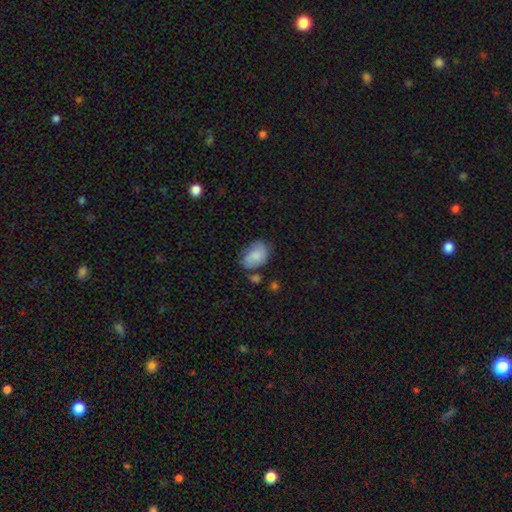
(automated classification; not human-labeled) Smooth or featured: smooth — 78% (featured or disk — 14%)
How rounded: in between — 82% (round — 17%)
Merging: none — 55% (minor disturbance — 29%)